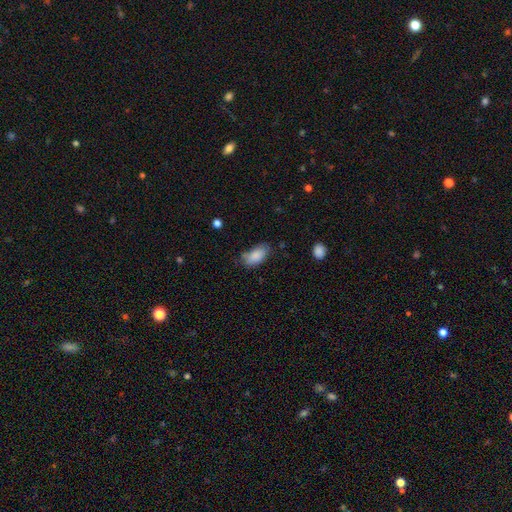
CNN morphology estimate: smooth_or_featured: smooth (p=0.86) [alt: star or artifact p=0.07]
how_rounded: in between (p=0.92) [alt: cigar-shaped p=0.04]
merging: none (p=0.62) [alt: minor disturbance p=0.27]